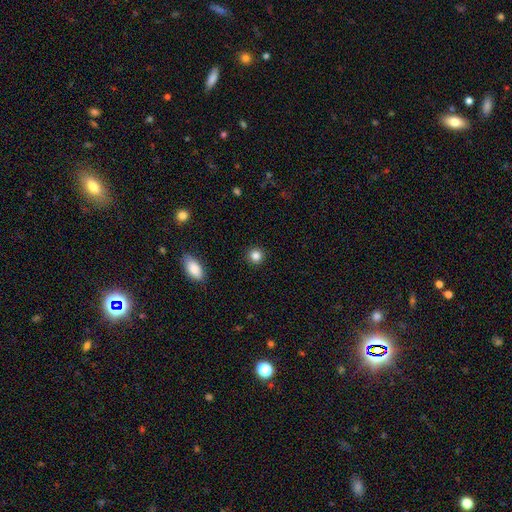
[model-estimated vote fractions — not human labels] A smooth galaxy with no disk features (85%) that is round (92%). Merging: none (92%).